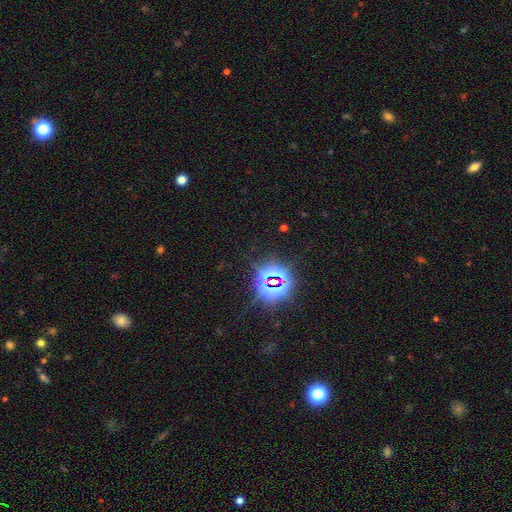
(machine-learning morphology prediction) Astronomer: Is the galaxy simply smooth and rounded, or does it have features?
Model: star or artifact — 80%.